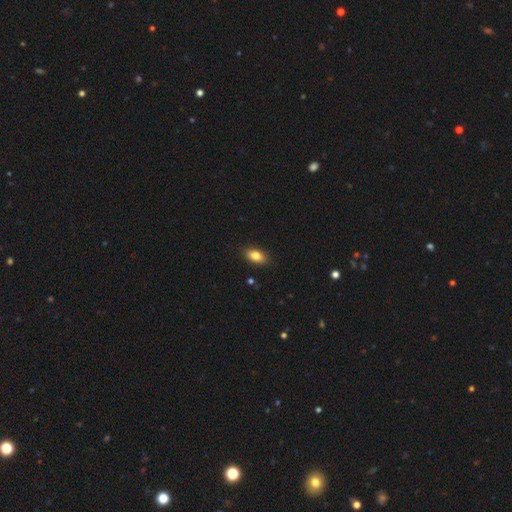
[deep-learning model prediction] A smooth galaxy with no disk features (83%) that is in between round and cigar-shaped (90%).

Vote fractions:
- Smooth or featured? smooth: 83% / featured or disk: 9% / star or artifact: 8%
- How rounded? in between: 90% / round: 6% / cigar-shaped: 4%
- Merging? none: 88% / minor disturbance: 9% / major disturbance: 2% / merger: 1%